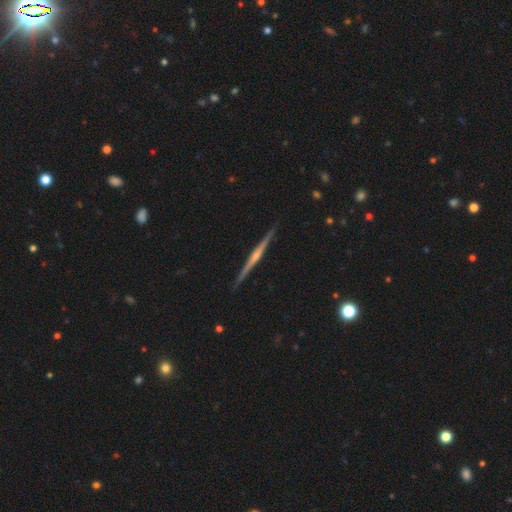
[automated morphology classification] Overall: featured or disk (80%). Edge-on disk: yes (98%). Edge-on bulge: rounded (72%). Merging: none (91%).